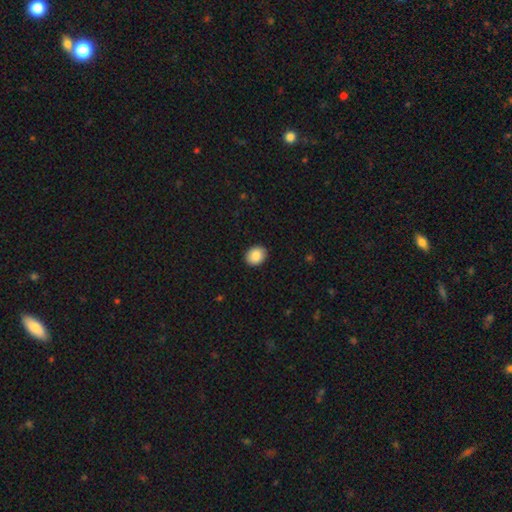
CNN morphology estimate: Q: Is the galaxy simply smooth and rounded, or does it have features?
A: smooth — 88%.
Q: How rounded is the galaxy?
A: round — 50%.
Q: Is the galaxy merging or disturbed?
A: none — 91%.